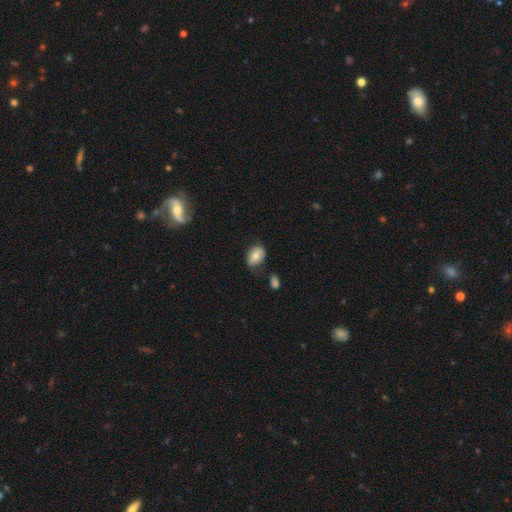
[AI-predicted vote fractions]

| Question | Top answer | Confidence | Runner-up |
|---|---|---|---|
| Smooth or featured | smooth | 68% | featured or disk (24%) |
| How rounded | in between | 68% | round (31%) |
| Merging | none | 57% | minor disturbance (28%) |